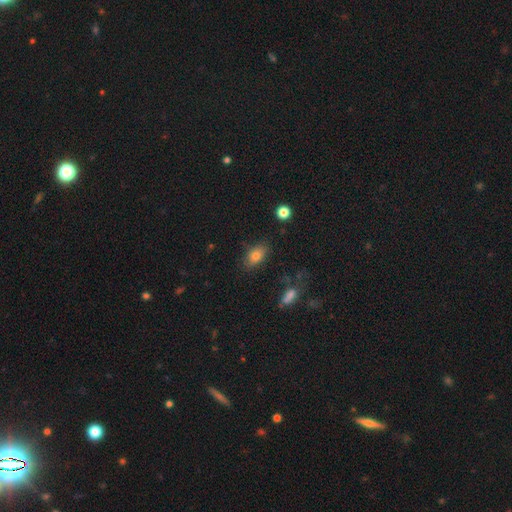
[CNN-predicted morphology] smooth-or-featured: smooth: 78% | featured or disk: 12% | star or artifact: 10%
  how-rounded: in between: 87% | round: 9% | cigar-shaped: 4%
  merging: none: 80% | minor disturbance: 14% | major disturbance: 4% | merger: 3%